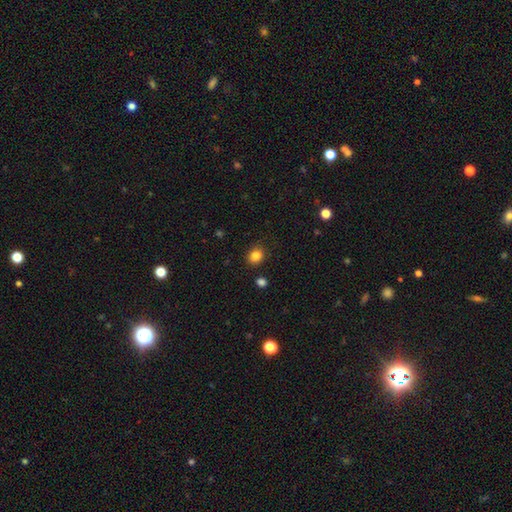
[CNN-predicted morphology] Smooth or featured? smooth (84%)
How rounded? round (67%)
Merging? none (86%)